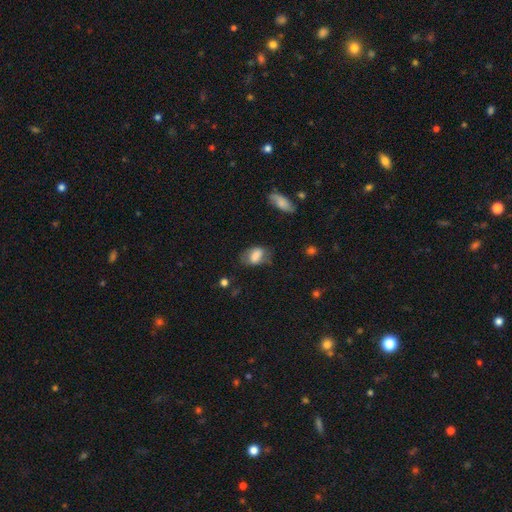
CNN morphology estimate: Smooth or featured: smooth — 73% (featured or disk — 19%)
How rounded: in between — 86% (round — 12%)
Merging: none — 53% (minor disturbance — 29%)